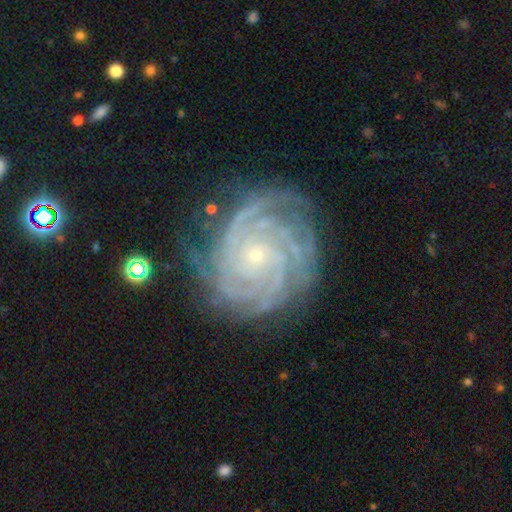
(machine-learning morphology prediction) A featured or disk galaxy (90%) with no bar (78%), 4 (33%) tight (81%) spiral arms (98%) and a small central bulge (87%).

Vote fractions:
- Smooth or featured? featured or disk: 90% / star or artifact: 6% / smooth: 4%
- Edge-on disk? no: 98% / yes: 2%
- Bar? no: 78% / weak: 16% / strong: 6%
- Spiral arms? yes: 98% / no: 2%
- Spiral winding? tight: 81% / medium: 16% / loose: 2%
- Spiral arm count? 4: 33% / more than 4: 21% / can't tell: 15% / 3: 15% / 2: 9% / 1: 7%
- Bulge size? small: 87% / moderate: 10% / none: 2% / large: 1% / dominant: 1%
- Merging? none: 76% / minor disturbance: 17% / major disturbance: 6% / merger: 2%